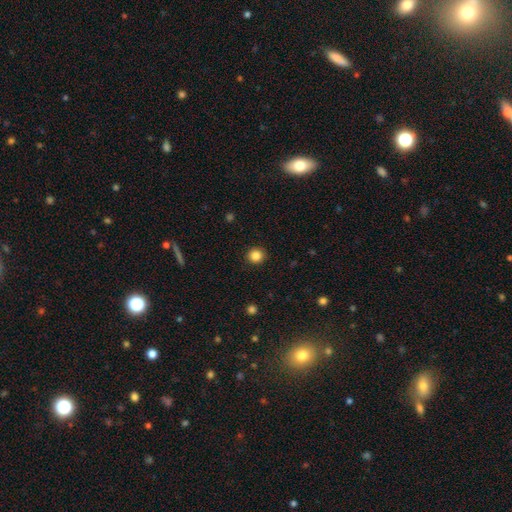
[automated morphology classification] Smooth or featured? smooth (86%)
How rounded? round (91%)
Merging? none (92%)